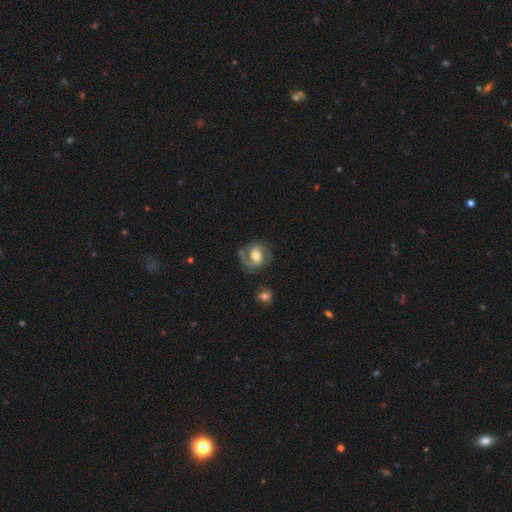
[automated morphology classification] smooth_or_featured: featured or disk (p=0.77) [alt: smooth p=0.17]
disk_edge_on: no (p=0.97) [alt: yes p=0.03]
bar: weak (p=0.46) [alt: no p=0.33]
has_spiral_arms: yes (p=0.92) [alt: no p=0.08]
spiral_winding: medium (p=0.50) [alt: tight p=0.33]
spiral_arm_count: 2 (p=0.76) [alt: 1 p=0.13]
bulge_size: moderate (p=0.67) [alt: small p=0.15]
merging: none (p=0.71) [alt: minor disturbance p=0.17]